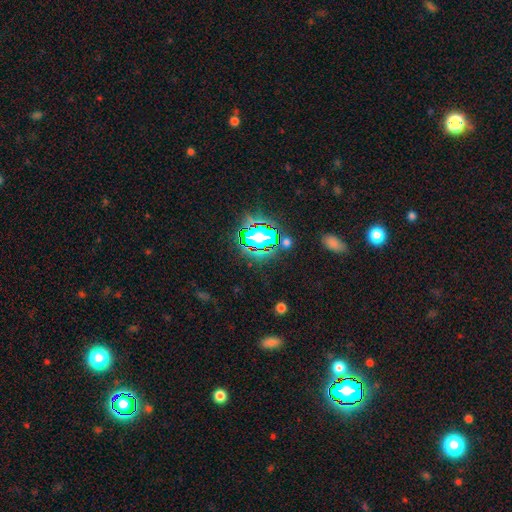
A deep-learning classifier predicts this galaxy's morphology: Smooth or featured?
  - star or artifact: 81% *
  - smooth: 12%
  - featured or disk: 7%